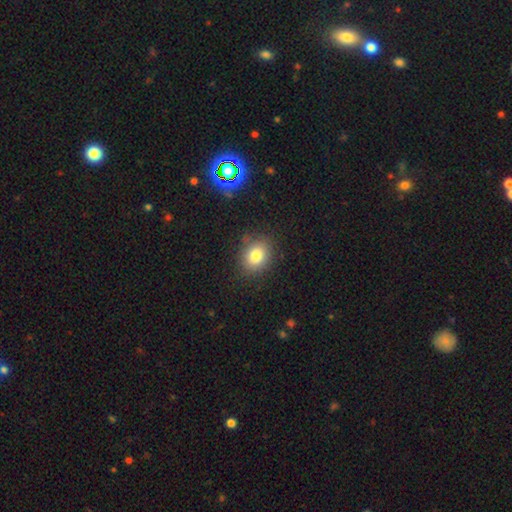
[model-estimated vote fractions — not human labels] Smooth or featured? Predicted: smooth (p=0.77). How rounded? Predicted: round (p=0.55). Merging? Predicted: none (p=0.85).